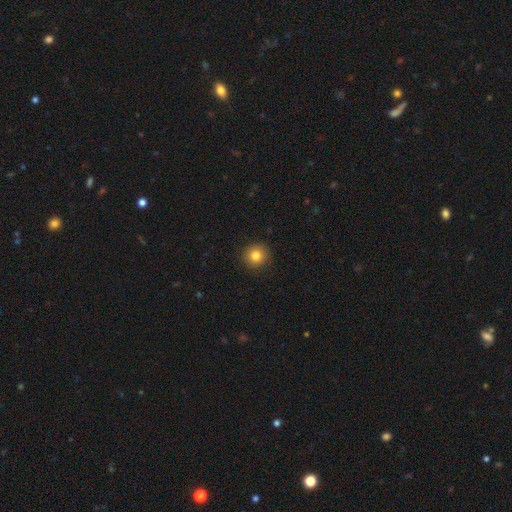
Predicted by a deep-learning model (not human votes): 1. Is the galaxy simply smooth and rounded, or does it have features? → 82% smooth, 11% star or artifact, 7% featured or disk.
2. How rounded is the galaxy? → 93% round, 6% in between, 1% cigar-shaped.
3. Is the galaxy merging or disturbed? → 92% none, 6% minor disturbance, 2% major disturbance, 1% merger.